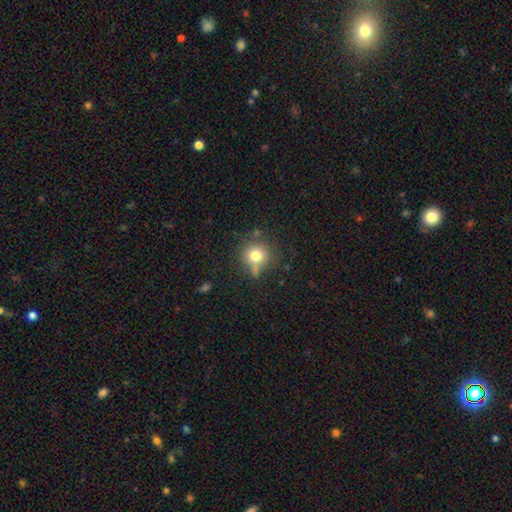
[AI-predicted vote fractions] A smooth galaxy with no disk features (75%) that is round (89%). Merging: none (68%).